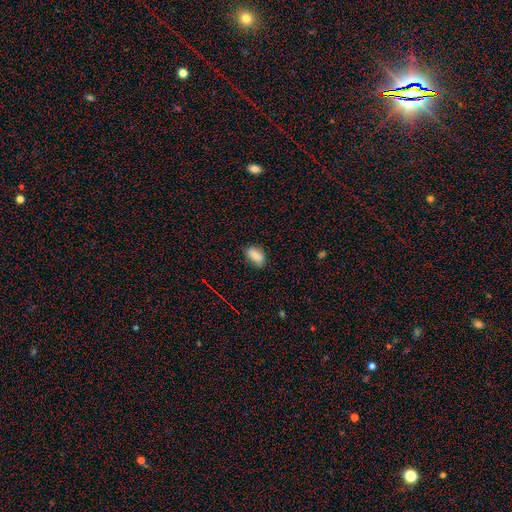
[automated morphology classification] Smooth or featured? Predicted: smooth (p=0.80). How rounded? Predicted: in between (p=0.87). Merging? Predicted: none (p=0.71).